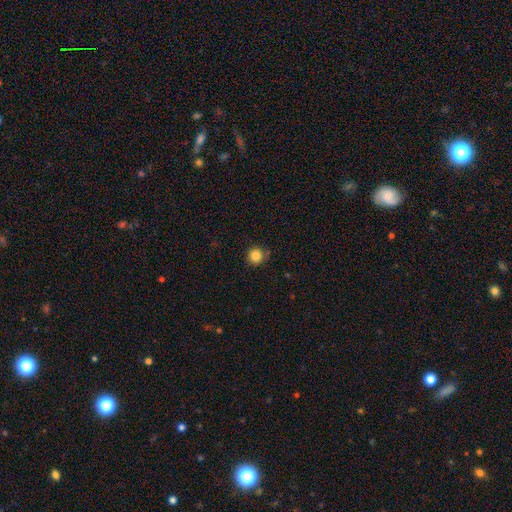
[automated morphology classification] Smooth or featured? Predicted: smooth (p=0.84). How rounded? Predicted: round (p=0.94). Merging? Predicted: none (p=0.85).